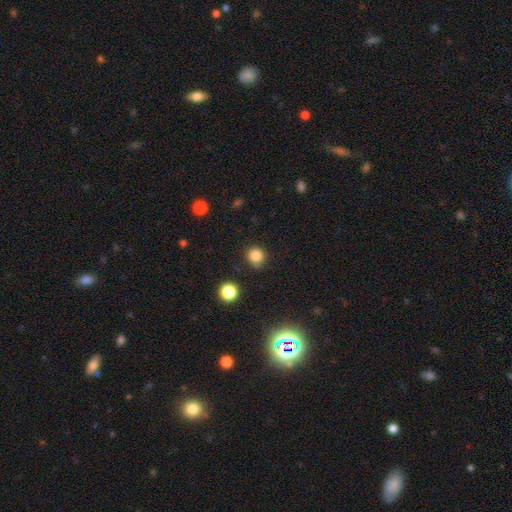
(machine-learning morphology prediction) Smooth or featured? smooth (84%)
How rounded? round (92%)
Merging? none (83%)